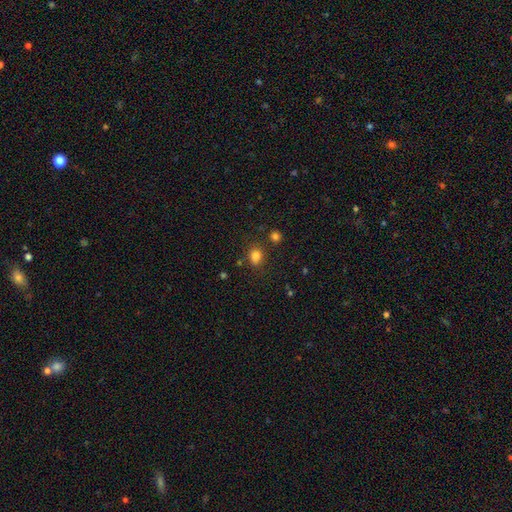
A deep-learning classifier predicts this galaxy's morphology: This is clearly a smooth galaxy (81%). How rounded: possibly in between (52%). Merging: likely none (73%).